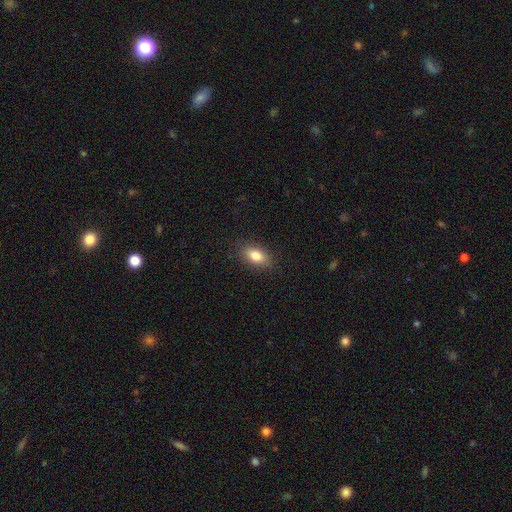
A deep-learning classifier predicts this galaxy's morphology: Overall: smooth (82%). How rounded: in between (85%). Merging: none (86%).